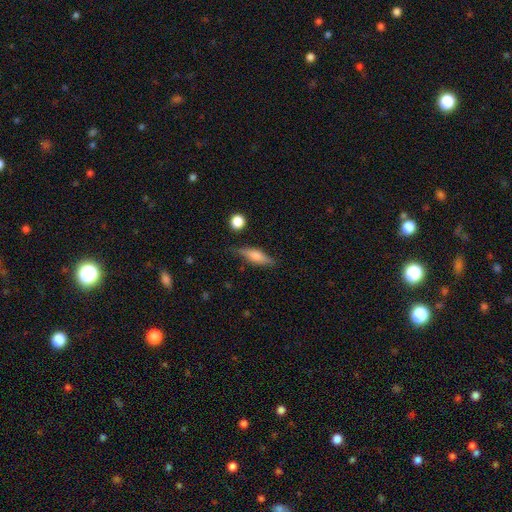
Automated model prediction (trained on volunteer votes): Smooth or featured? smooth (60%)
How rounded? cigar-shaped (51%)
Merging? none (72%)